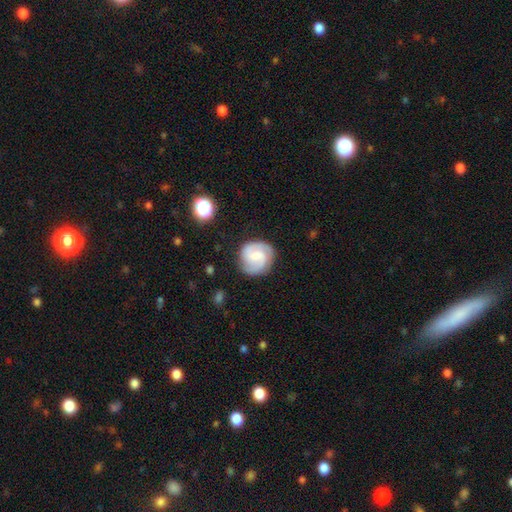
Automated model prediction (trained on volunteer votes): smooth-or-featured: featured or disk: 73% | smooth: 21% | star or artifact: 6%
  disk-edge-on: no: 98% | yes: 2%
    bar: weak: 48% | no: 42% | strong: 10%
    has-spiral-arms: yes: 96% | no: 4%
      spiral-winding: medium: 46% | tight: 41% | loose: 13%
      spiral-arm-count: 2: 74% | 3: 11% | can't tell: 8% | 1: 3% | 4: 2% | more than 4: 2%
    bulge-size: small: 46% | moderate: 33% | none: 15% | large: 5% | dominant: 2%
  merging: none: 81% | minor disturbance: 13% | major disturbance: 4% | merger: 2%